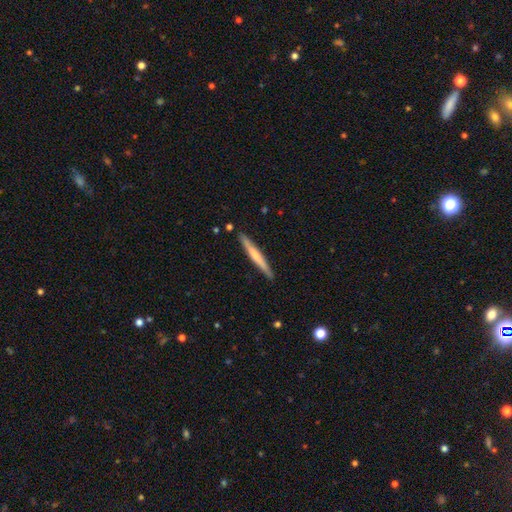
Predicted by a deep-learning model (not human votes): A smooth galaxy with no disk features (52%) that is cigar-shaped (96%). Merging: none (89%).